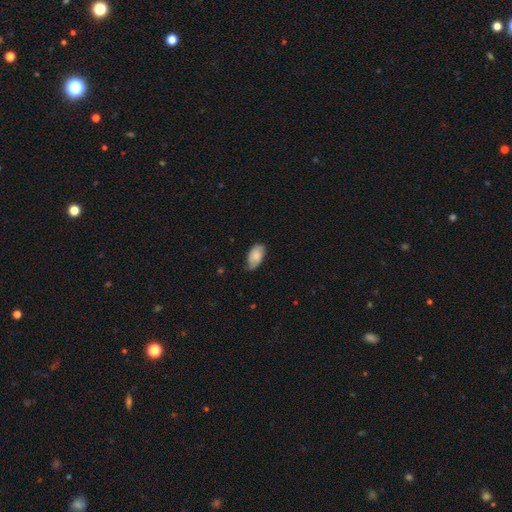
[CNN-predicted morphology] Overall: smooth (73%). How rounded: in between (94%). Merging: none (60%; minor disturbance 33%).